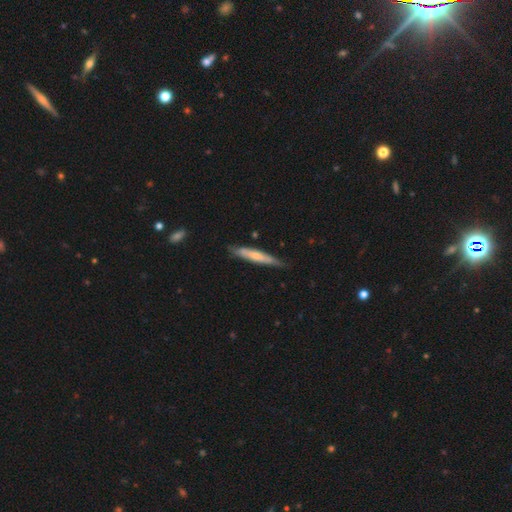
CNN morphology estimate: Smooth or featured?
  - smooth: 50% *
  - featured or disk: 44%
  - star or artifact: 5%
How rounded?
  - cigar-shaped: 92% *
  - in between: 7%
  - round: 1%
Merging?
  - none: 77% *
  - minor disturbance: 18%
  - major disturbance: 3%
  - merger: 2%